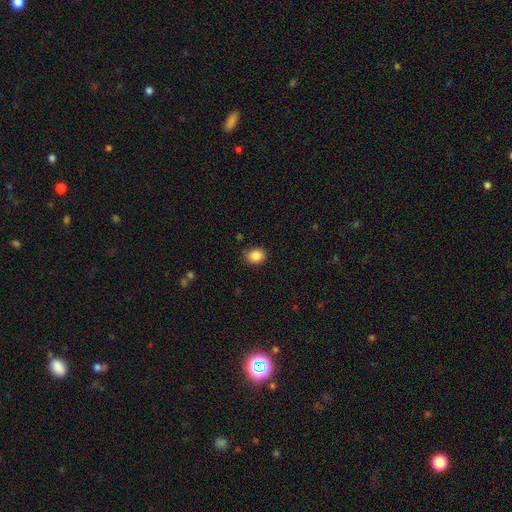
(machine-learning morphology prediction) smooth 87%, star or artifact 9%, featured or disk 4%. Down the decision tree: how rounded — round (56%); merging — none (86%).